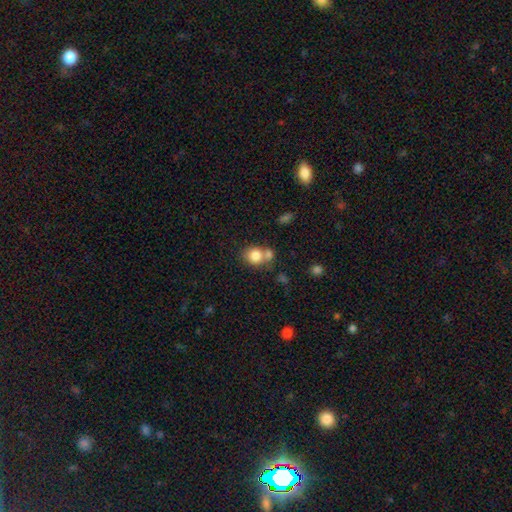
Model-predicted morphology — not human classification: Smooth or featured? smooth (82%)
How rounded? round (73%)
Merging? none (49%)